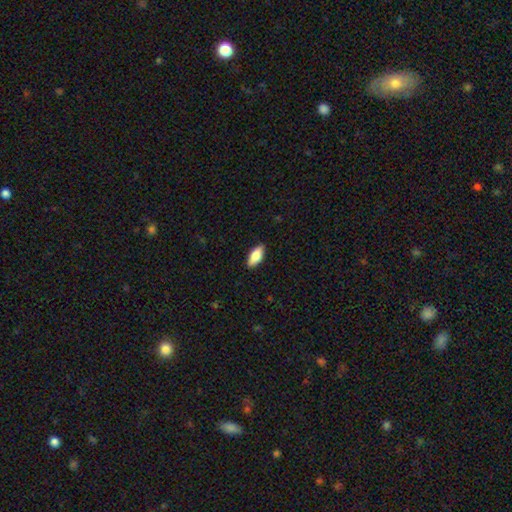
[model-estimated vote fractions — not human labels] Smooth or featured: smooth — 80% (featured or disk — 13%)
How rounded: in between — 85% (cigar-shaped — 13%)
Merging: none — 88% (minor disturbance — 9%)